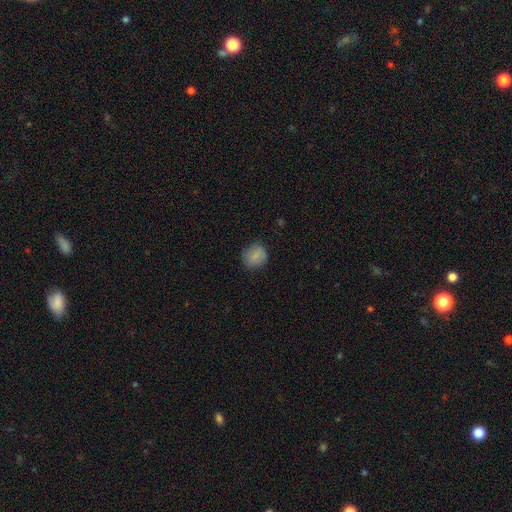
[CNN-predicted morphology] Overall: smooth (83%). How rounded: round (81%). Merging: none (81%).